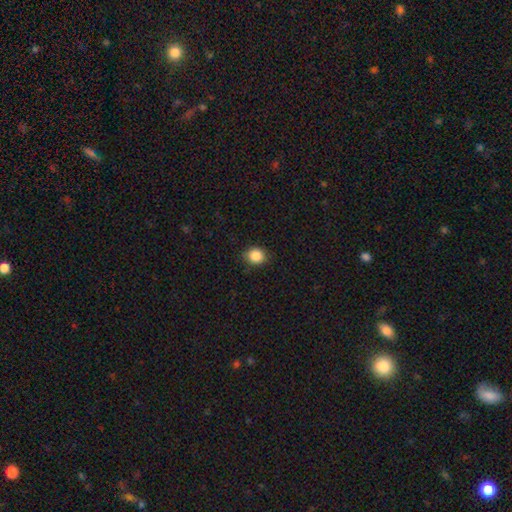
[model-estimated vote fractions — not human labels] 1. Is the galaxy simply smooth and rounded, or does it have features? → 87% smooth, 10% star or artifact, 4% featured or disk.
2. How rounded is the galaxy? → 73% round, 26% in between, 1% cigar-shaped.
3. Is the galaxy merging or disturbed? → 86% none, 11% minor disturbance, 2% major disturbance, 1% merger.